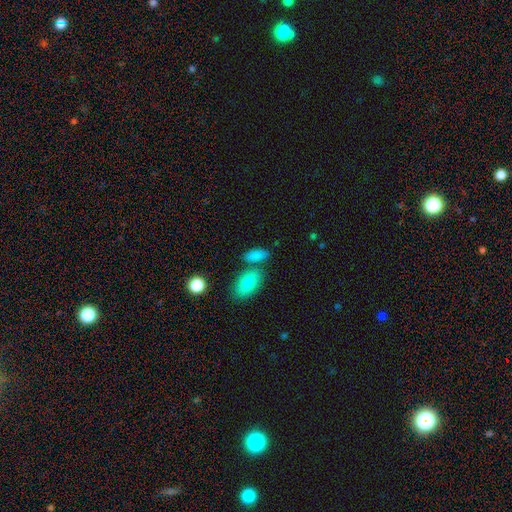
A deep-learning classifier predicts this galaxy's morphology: Smooth or featured? smooth (84%)
How rounded? in between (85%)
Merging? none (64%)